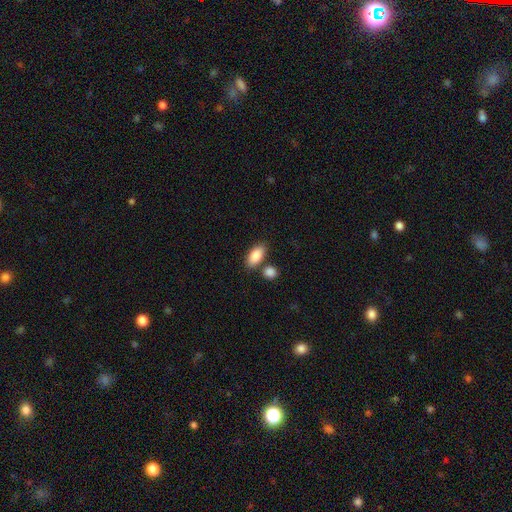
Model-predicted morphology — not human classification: smooth 86%, featured or disk 7%, star or artifact 6%. Down the decision tree: how rounded — in between (90%); merging — none (70%).